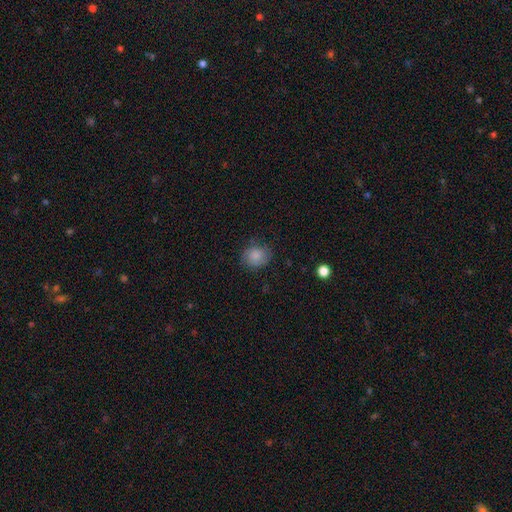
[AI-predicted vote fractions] Q: Smooth or featured?
A: smooth (83%); runner-up: star or artifact (8%)
Q: How rounded?
A: round (73%); runner-up: in between (26%)
Q: Merging?
A: none (78%); runner-up: minor disturbance (17%)